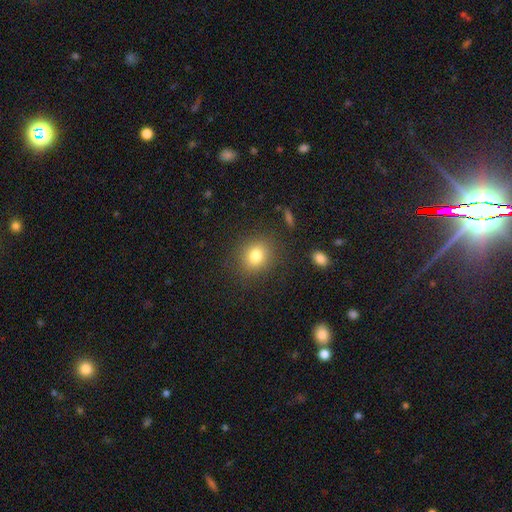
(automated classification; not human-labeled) A smooth galaxy with no disk features (79%) that is round (72%). Merging: none (85%).